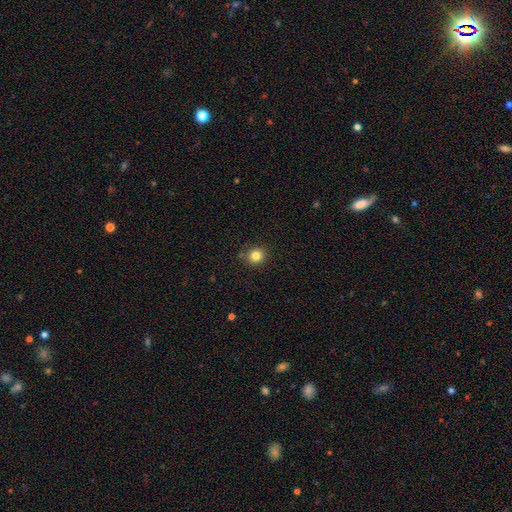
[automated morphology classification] Smooth or featured?
  - smooth: 82% *
  - star or artifact: 12%
  - featured or disk: 6%
How rounded?
  - round: 89% *
  - in between: 10%
  - cigar-shaped: 1%
Merging?
  - none: 87% *
  - minor disturbance: 9%
  - major disturbance: 2%
  - merger: 2%